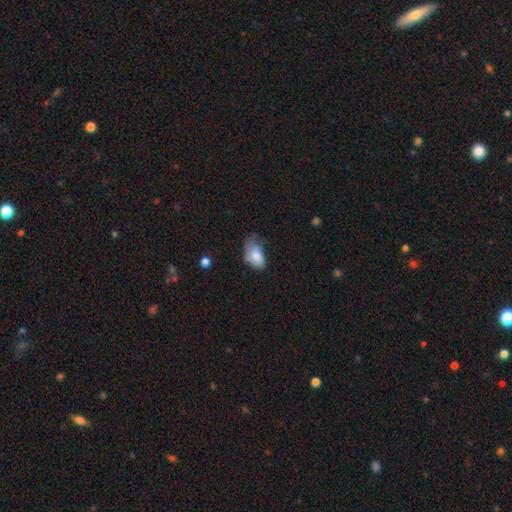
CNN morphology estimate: Smooth or featured?
  - smooth: 81% *
  - featured or disk: 12%
  - star or artifact: 7%
How rounded?
  - in between: 92% *
  - round: 6%
  - cigar-shaped: 2%
Merging?
  - minor disturbance: 42% *
  - none: 35%
  - major disturbance: 21%
  - merger: 2%